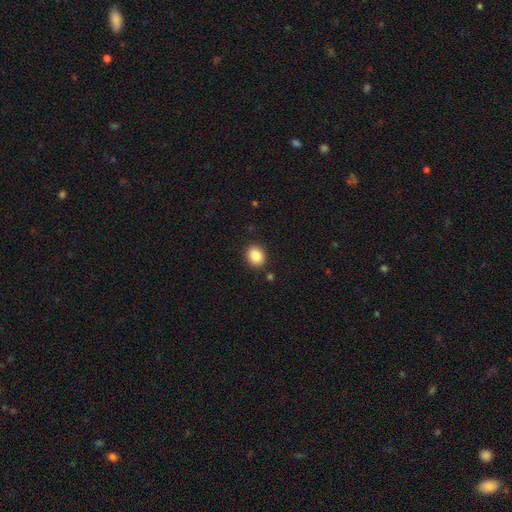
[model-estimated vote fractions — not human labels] Smooth or featured? smooth (87%)
How rounded? round (65%)
Merging? none (89%)